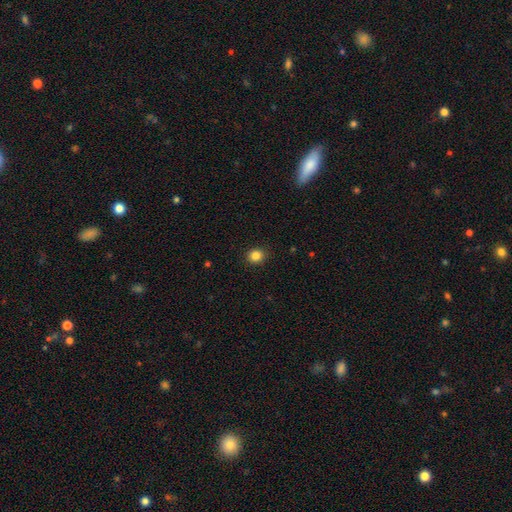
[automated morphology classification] smooth_or_featured: smooth (p=0.85) [alt: star or artifact p=0.11]
how_rounded: round (p=0.81) [alt: in between p=0.18]
merging: none (p=0.90) [alt: minor disturbance p=0.07]